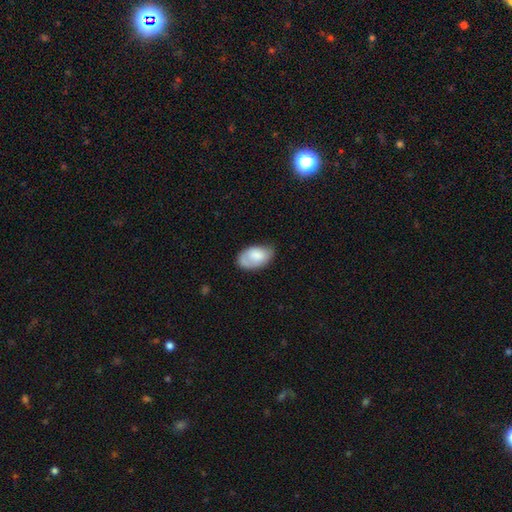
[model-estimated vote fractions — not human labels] This is likely a smooth galaxy (76%). How rounded: clearly in between (93%). Merging: likely none (61%).